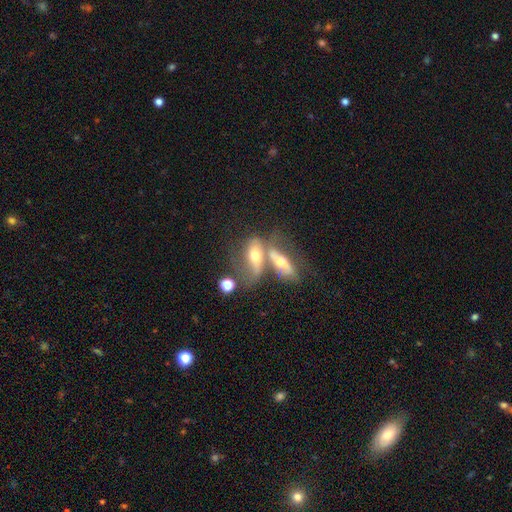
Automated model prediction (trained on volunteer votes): This is possibly a smooth galaxy (46%). Merging: likely merger (66%).